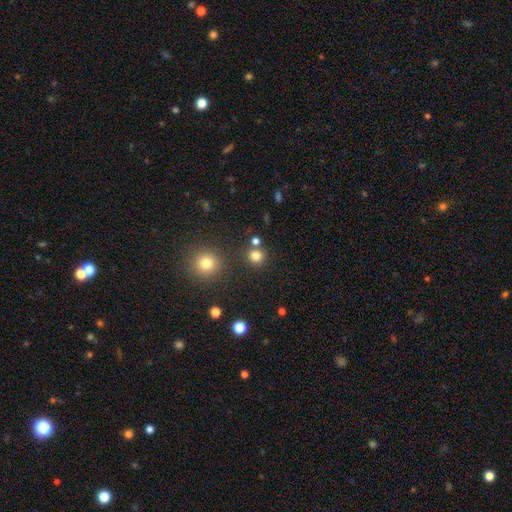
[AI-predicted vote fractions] Q: Smooth or featured?
A: smooth (78%); runner-up: star or artifact (16%)
Q: How rounded?
A: round (91%); runner-up: in between (8%)
Q: Merging?
A: none (80%); runner-up: merger (10%)